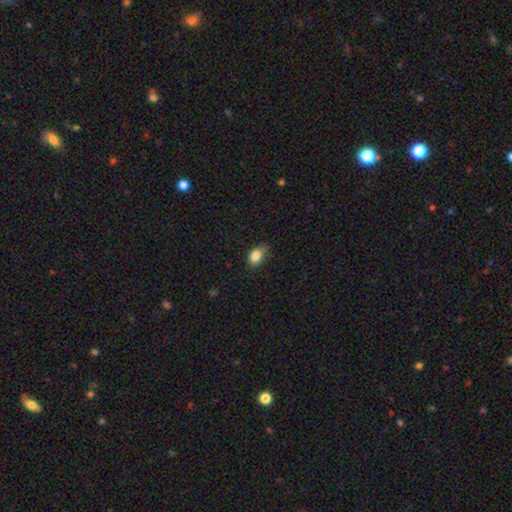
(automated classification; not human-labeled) A smooth galaxy with no disk features (85%) that is in between round and cigar-shaped (79%). Merging: none (62%).